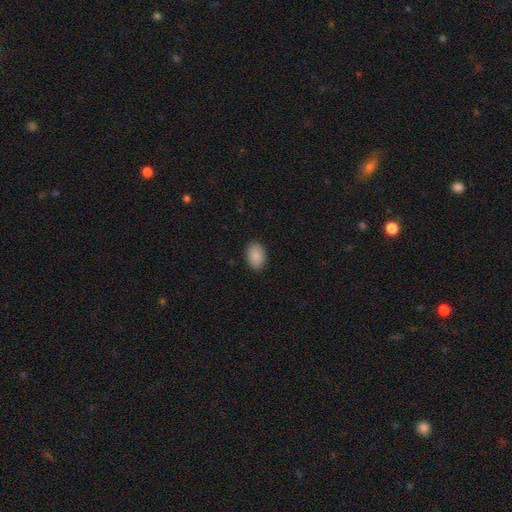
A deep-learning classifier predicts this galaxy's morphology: type=smooth (90%); roundness=in between (87%); merging=none (89%).